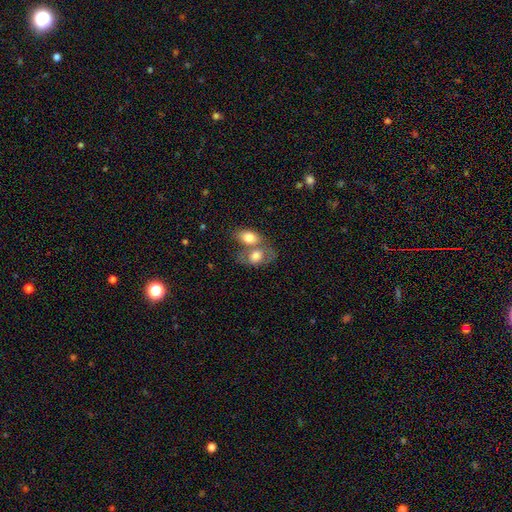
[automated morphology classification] A smooth galaxy with no disk features (71%) that is in between round and cigar-shaped (82%). Merging: merger (61%).